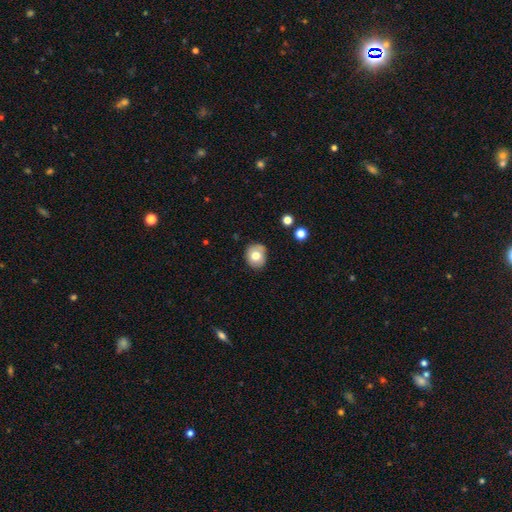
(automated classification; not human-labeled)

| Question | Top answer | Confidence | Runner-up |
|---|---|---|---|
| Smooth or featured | smooth | 73% | featured or disk (18%) |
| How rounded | round | 73% | in between (26%) |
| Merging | none | 78% | minor disturbance (17%) |